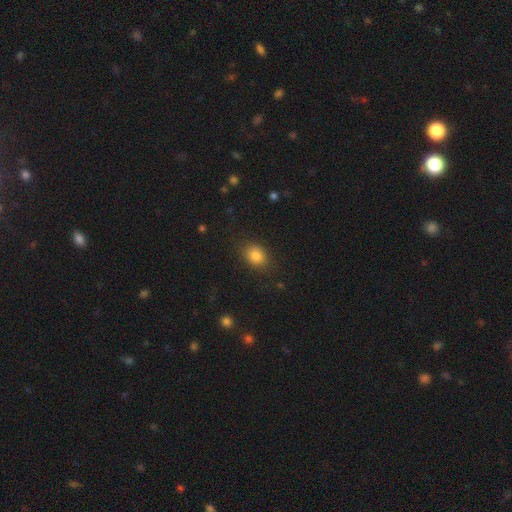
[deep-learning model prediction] Smooth or featured?
  - smooth: 83% *
  - star or artifact: 10%
  - featured or disk: 6%
How rounded?
  - in between: 56% *
  - round: 43%
  - cigar-shaped: 1%
Merging?
  - none: 83% *
  - minor disturbance: 12%
  - major disturbance: 4%
  - merger: 1%